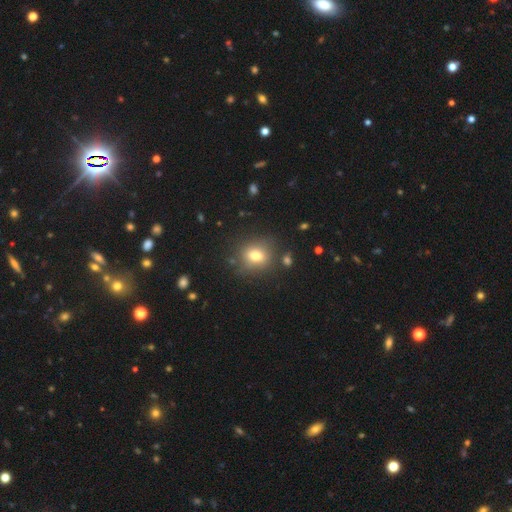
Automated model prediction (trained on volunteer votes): Smooth or featured?
  - smooth: 74% *
  - featured or disk: 13%
  - star or artifact: 13%
How rounded?
  - round: 57% *
  - in between: 41%
  - cigar-shaped: 2%
Merging?
  - none: 79% *
  - minor disturbance: 12%
  - major disturbance: 4%
  - merger: 4%